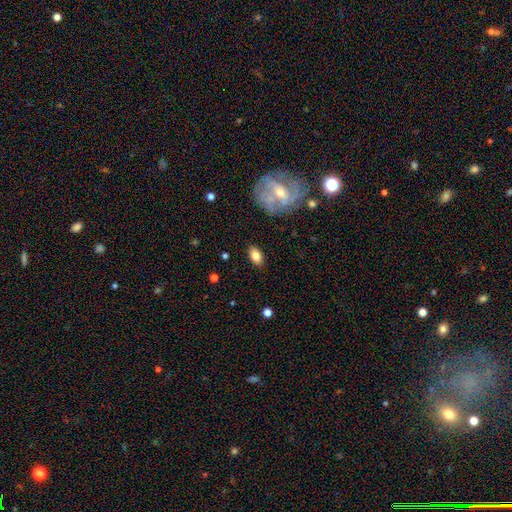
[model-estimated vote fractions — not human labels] Overall: smooth (81%). How rounded: in between (90%). Merging: none (86%).